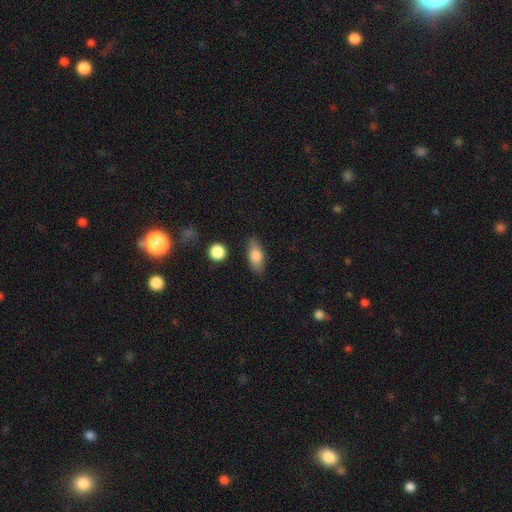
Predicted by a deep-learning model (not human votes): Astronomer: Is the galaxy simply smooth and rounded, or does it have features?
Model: smooth — 78%.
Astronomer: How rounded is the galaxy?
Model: in between — 82%.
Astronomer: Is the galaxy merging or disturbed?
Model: none — 84%.